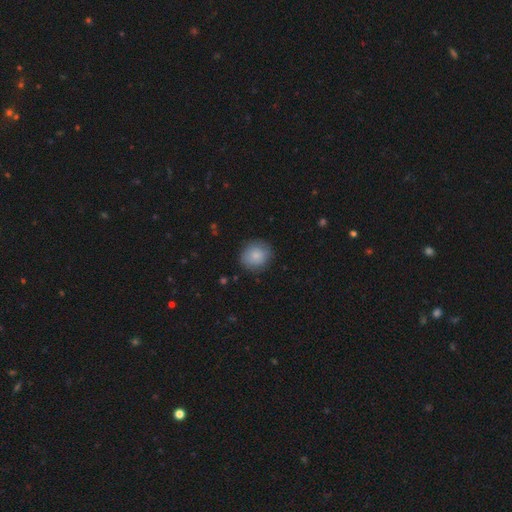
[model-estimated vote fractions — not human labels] smooth-or-featured: smooth: 83% | featured or disk: 10% | star or artifact: 7%
  how-rounded: round: 77% | in between: 22% | cigar-shaped: 1%
  merging: none: 82% | minor disturbance: 13% | major disturbance: 3% | merger: 1%